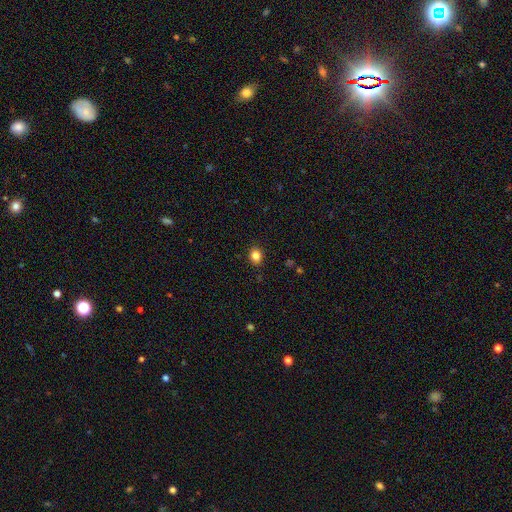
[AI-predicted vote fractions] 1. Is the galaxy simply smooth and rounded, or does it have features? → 83% smooth, 11% star or artifact, 5% featured or disk.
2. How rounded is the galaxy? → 60% round, 39% in between, 1% cigar-shaped.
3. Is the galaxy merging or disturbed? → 89% none, 8% minor disturbance, 2% major disturbance, 1% merger.